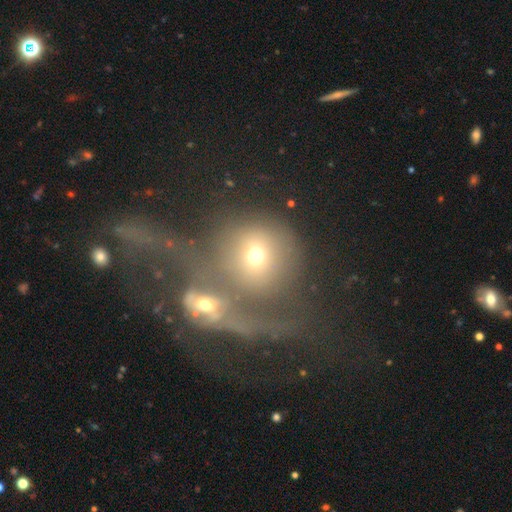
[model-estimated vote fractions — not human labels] A smooth galaxy with no disk features (55%) that is round (82%). Merging: merger (64%).